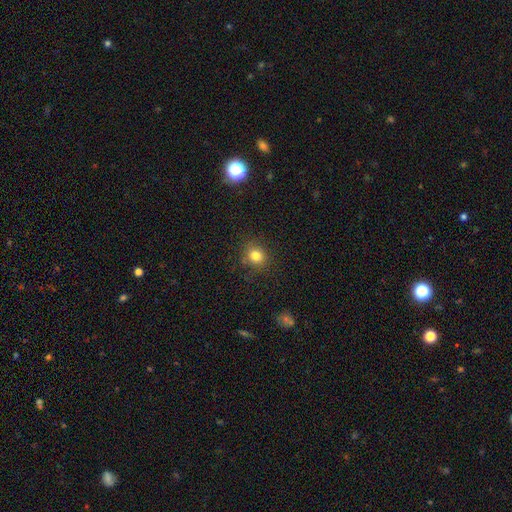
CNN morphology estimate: Q: Smooth or featured?
A: smooth (80%); runner-up: star or artifact (14%)
Q: How rounded?
A: round (85%); runner-up: in between (14%)
Q: Merging?
A: none (86%); runner-up: minor disturbance (9%)